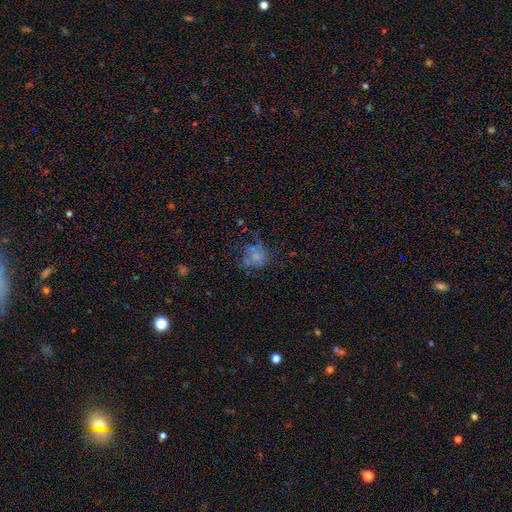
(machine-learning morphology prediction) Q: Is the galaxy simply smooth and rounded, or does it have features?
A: smooth — 52%.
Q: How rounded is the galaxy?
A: round — 75%.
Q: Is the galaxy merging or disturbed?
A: none — 53%.